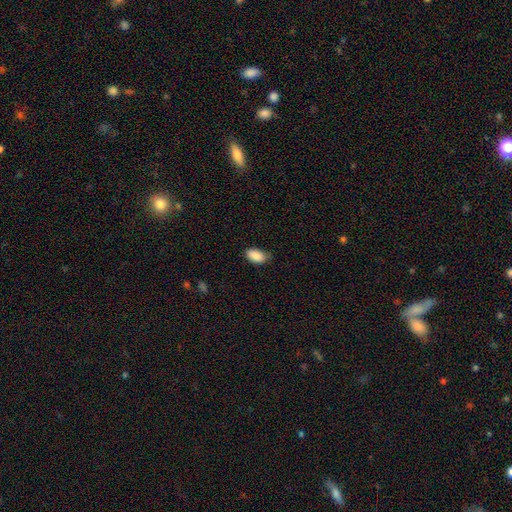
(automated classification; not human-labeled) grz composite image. It shows a smooth galaxy with no disk features (89%) that is in between round and cigar-shaped (93%). Merging: none (67%).